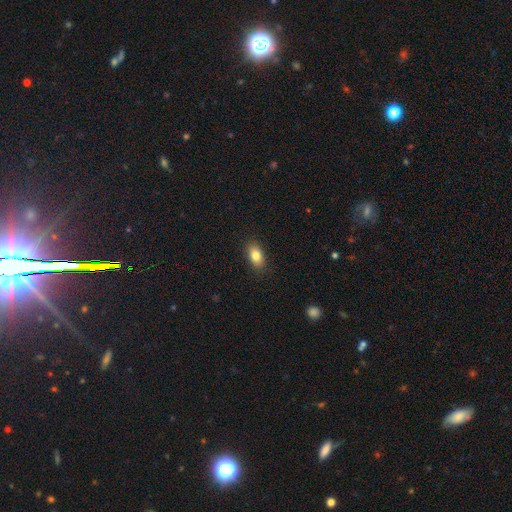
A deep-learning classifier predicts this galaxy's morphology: Smooth or featured: smooth — 83% (featured or disk — 9%)
How rounded: in between — 90% (round — 6%)
Merging: none — 88% (minor disturbance — 9%)